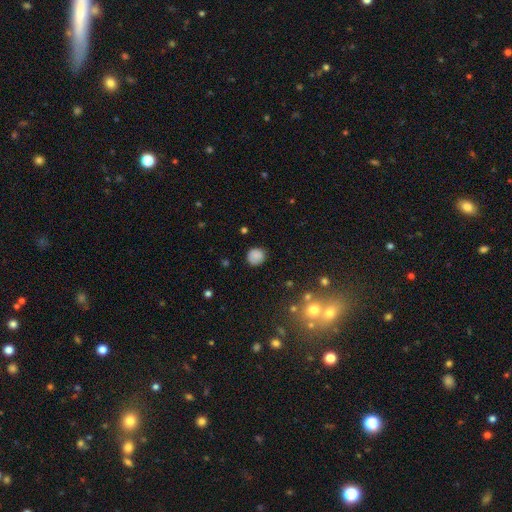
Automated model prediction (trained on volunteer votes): Smooth or featured? Predicted: smooth (p=0.83). How rounded? Predicted: round (p=0.88). Merging? Predicted: none (p=0.82).